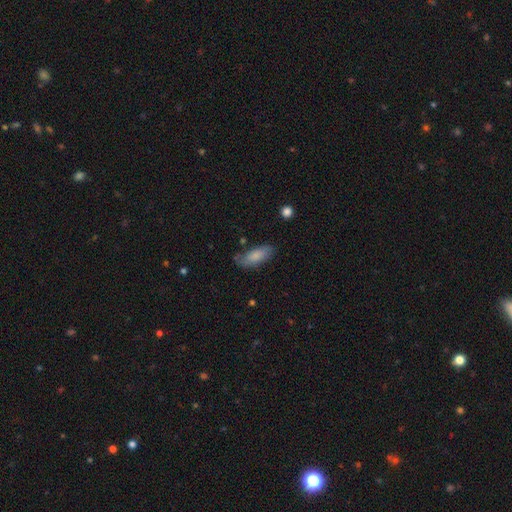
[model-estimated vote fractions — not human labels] Morphology: type=smooth (79%); roundness=in between (79%); merging=none (68%).